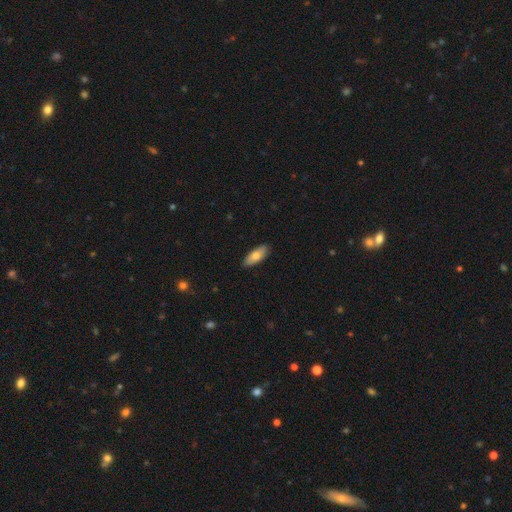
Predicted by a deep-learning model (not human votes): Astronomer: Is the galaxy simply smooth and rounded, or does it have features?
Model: smooth — 74%.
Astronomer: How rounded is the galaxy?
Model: in between — 76%.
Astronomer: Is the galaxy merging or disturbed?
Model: none — 88%.